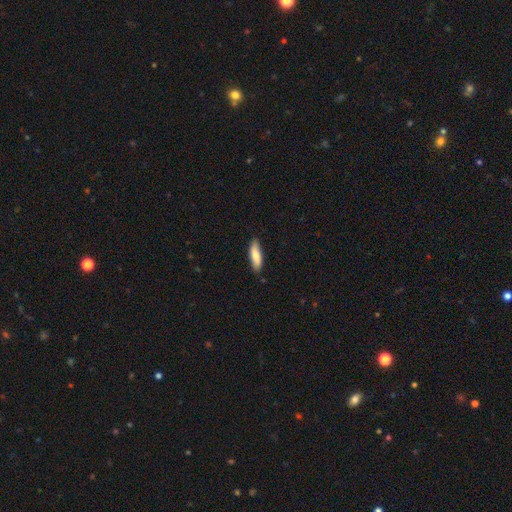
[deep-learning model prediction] This appears to be a smooth galaxy with no disk features (80%) that is cigar-shaped (56%). Merging: none (84%).